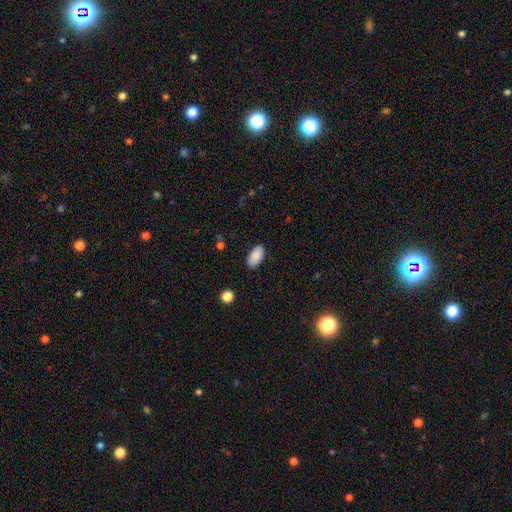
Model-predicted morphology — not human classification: Smooth or featured? smooth (88%)
How rounded? in between (94%)
Merging? none (87%)